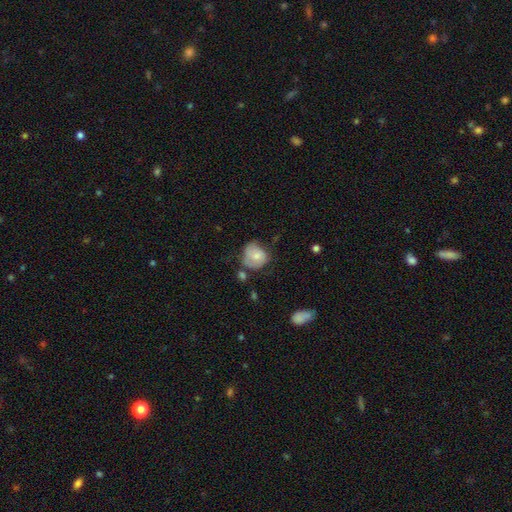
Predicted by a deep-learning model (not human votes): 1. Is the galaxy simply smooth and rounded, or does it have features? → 66% smooth, 26% featured or disk, 8% star or artifact.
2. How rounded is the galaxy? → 67% round, 32% in between, 1% cigar-shaped.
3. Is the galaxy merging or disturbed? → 40% none, 36% minor disturbance, 16% major disturbance, 9% merger.